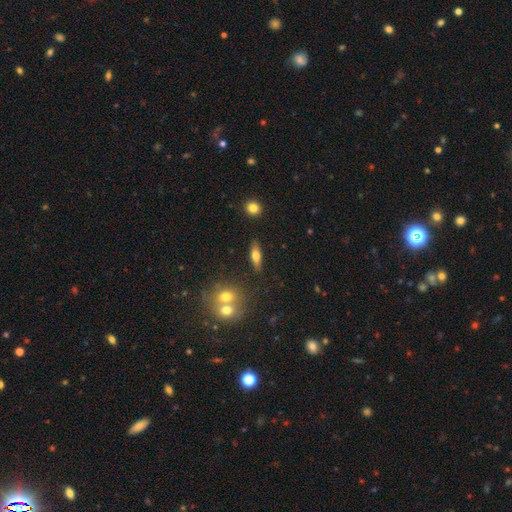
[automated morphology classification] Smooth or featured? smooth (57%)
How rounded? in between (51%)
Merging? none (82%)